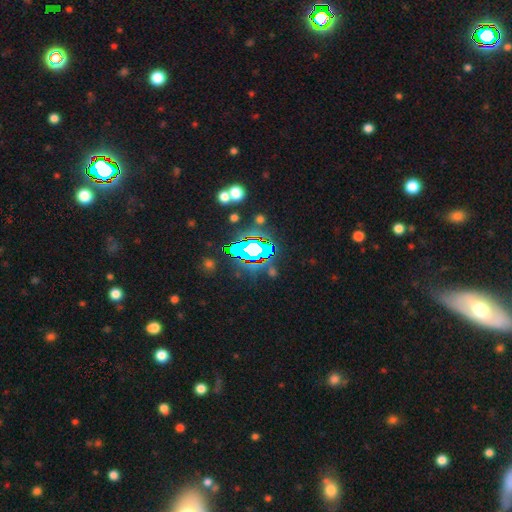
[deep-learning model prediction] Morphology: type=star or artifact (79%).